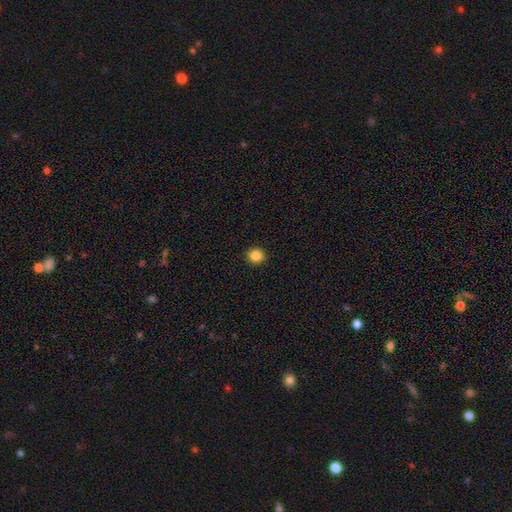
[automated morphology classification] Q: Smooth or featured?
A: smooth (86%); runner-up: star or artifact (11%)
Q: How rounded?
A: round (87%); runner-up: in between (12%)
Q: Merging?
A: none (92%); runner-up: minor disturbance (5%)